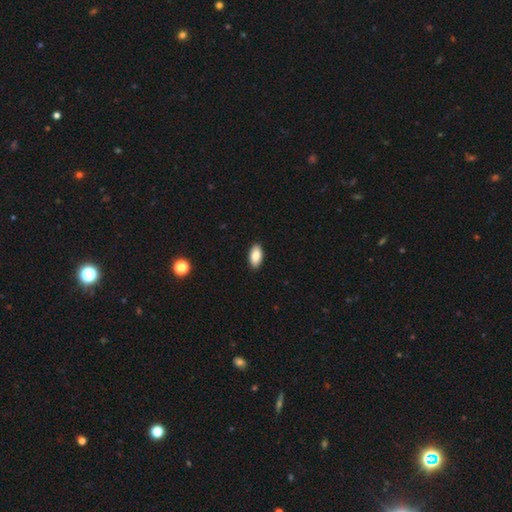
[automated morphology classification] smooth-or-featured: smooth: 87% | star or artifact: 7% | featured or disk: 6%
  how-rounded: in between: 93% | cigar-shaped: 4% | round: 3%
  merging: none: 90% | minor disturbance: 7% | major disturbance: 2% | merger: 1%